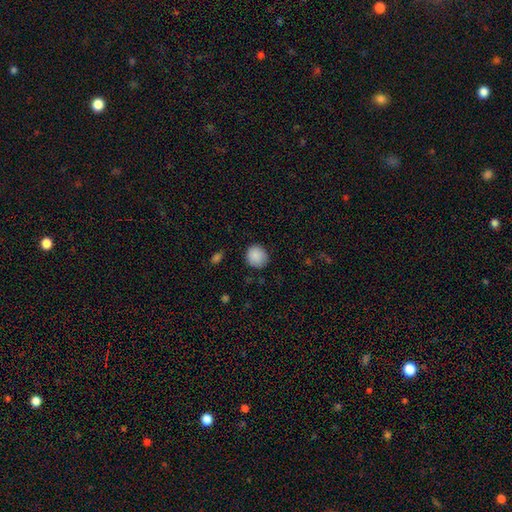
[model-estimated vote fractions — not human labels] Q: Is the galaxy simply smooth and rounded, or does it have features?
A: smooth — 88%.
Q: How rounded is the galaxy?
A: round — 87%.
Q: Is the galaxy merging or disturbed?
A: none — 85%.